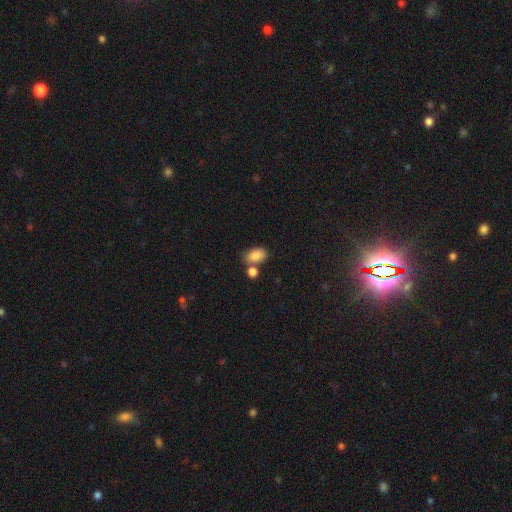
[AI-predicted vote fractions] This is clearly a smooth galaxy (86%). How rounded: clearly in between (88%). Merging: possibly none (52%).